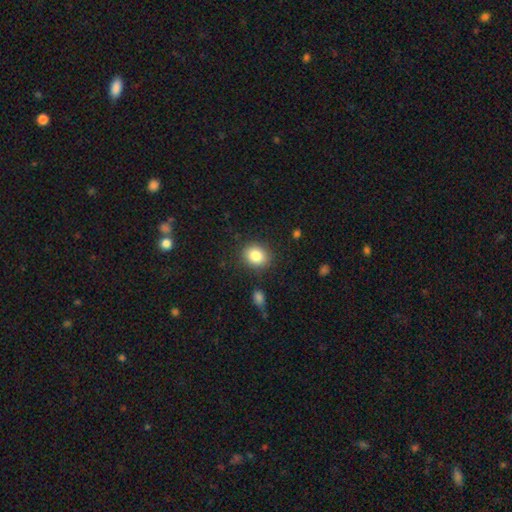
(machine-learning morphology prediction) Overall: smooth (83%). How rounded: round (65%; in between 34%). Merging: none (86%).